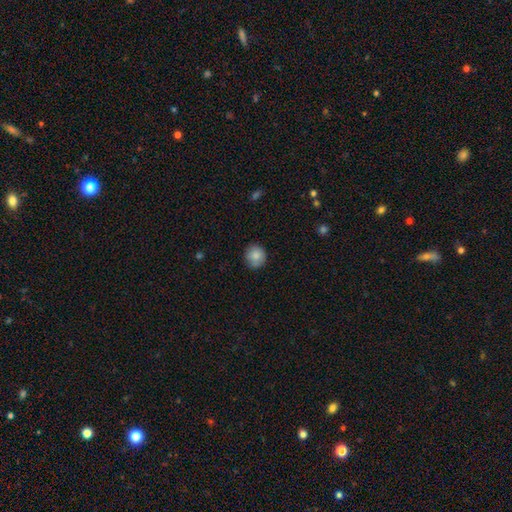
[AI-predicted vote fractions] Morphology: type=smooth (84%); roundness=round (88%); merging=none (80%).